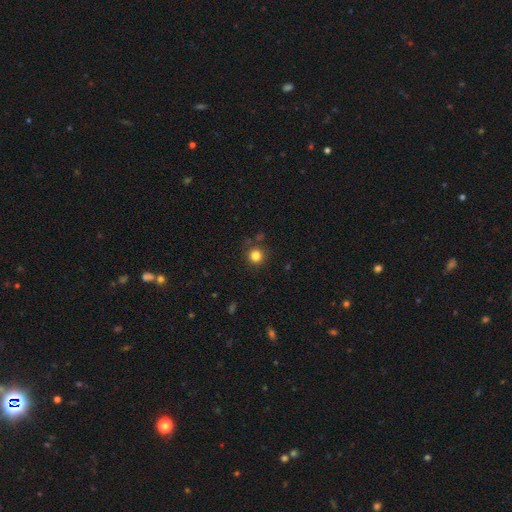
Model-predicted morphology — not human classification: A smooth galaxy with no disk features (82%) that is round (94%).

Vote fractions:
- Smooth or featured? smooth: 82% / star or artifact: 13% / featured or disk: 5%
- How rounded? round: 94% / in between: 5% / cigar-shaped: 1%
- Merging? none: 85% / minor disturbance: 8% / merger: 3% / major disturbance: 3%